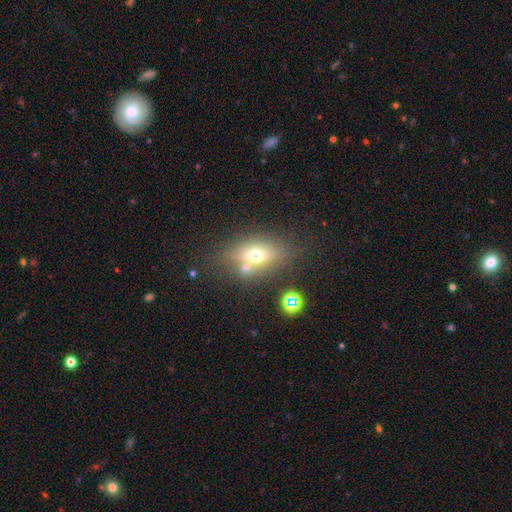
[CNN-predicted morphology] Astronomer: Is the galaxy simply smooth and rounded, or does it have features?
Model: smooth — 58%.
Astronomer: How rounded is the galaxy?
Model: in between — 72%.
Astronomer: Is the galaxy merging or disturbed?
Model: none — 55%.